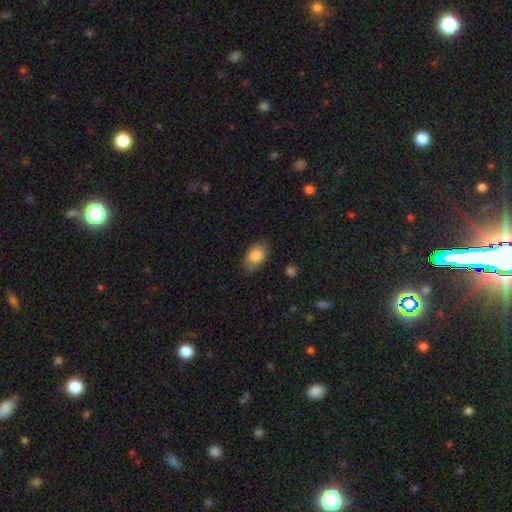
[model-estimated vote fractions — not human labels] Overall: smooth (83%). How rounded: in between (88%). Merging: none (79%).